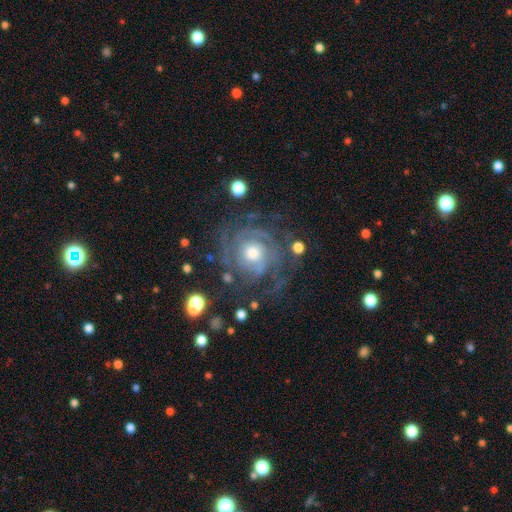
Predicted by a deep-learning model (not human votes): Smooth or featured: featured or disk — 84% (smooth — 9%)
Edge-on disk: no — 97% (yes — 3%)
Bar: no — 80% (weak — 16%)
Spiral arms: yes — 93% (no — 7%)
Spiral winding: tight — 62% (medium — 29%)
Spiral arm count: can't tell — 35% (3 — 19%)
Bulge size: moderate — 63% (large — 17%)
Merging: none — 66% (minor disturbance — 17%)